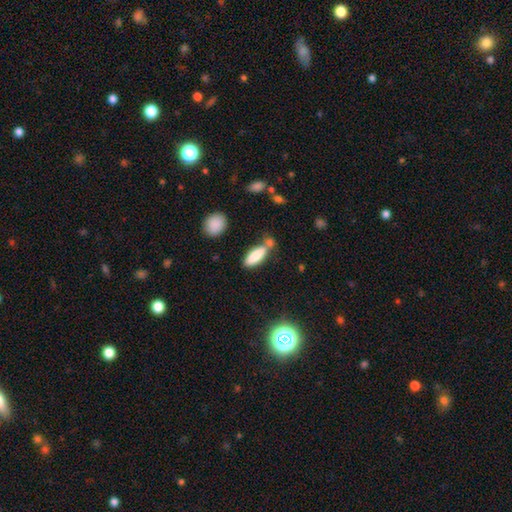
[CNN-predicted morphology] smooth 82%, featured or disk 11%, star or artifact 7%. Down the decision tree: how rounded — in between (61%); merging — none (56%).